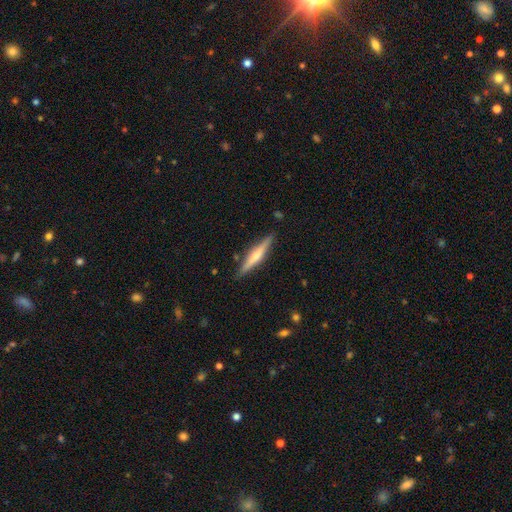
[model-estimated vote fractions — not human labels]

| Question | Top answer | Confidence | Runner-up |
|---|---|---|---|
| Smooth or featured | featured or disk | 55% | smooth (39%) |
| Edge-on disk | yes | 97% | no (3%) |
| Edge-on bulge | rounded | 70% | none (18%) |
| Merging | none | 88% | minor disturbance (9%) |